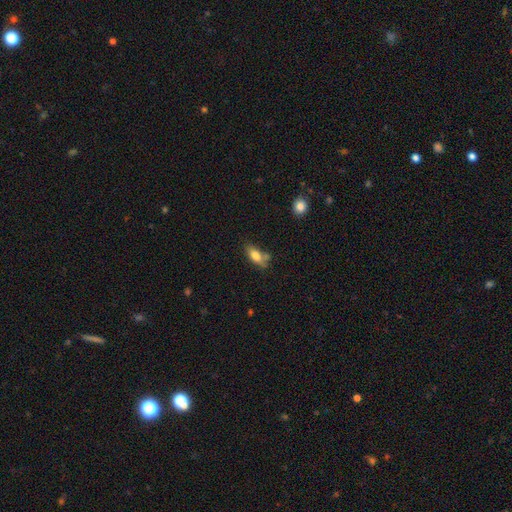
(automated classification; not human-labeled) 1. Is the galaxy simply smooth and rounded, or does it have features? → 76% smooth, 16% featured or disk, 9% star or artifact.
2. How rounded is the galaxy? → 82% in between, 14% cigar-shaped, 4% round.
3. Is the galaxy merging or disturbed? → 51% none, 26% minor disturbance, 15% merger, 9% major disturbance.